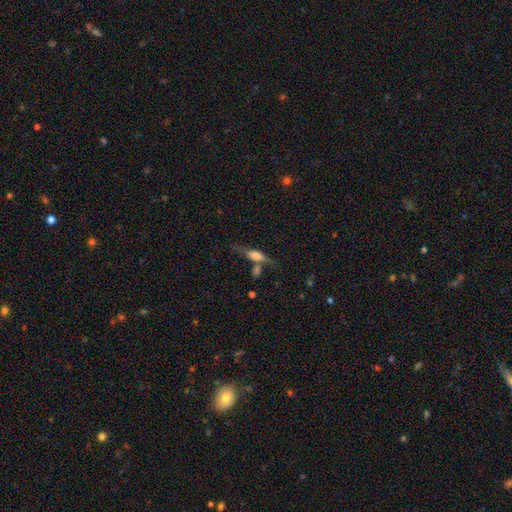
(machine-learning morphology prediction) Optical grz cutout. It shows a featured or disk galaxy (46%). Merging: none (54%).